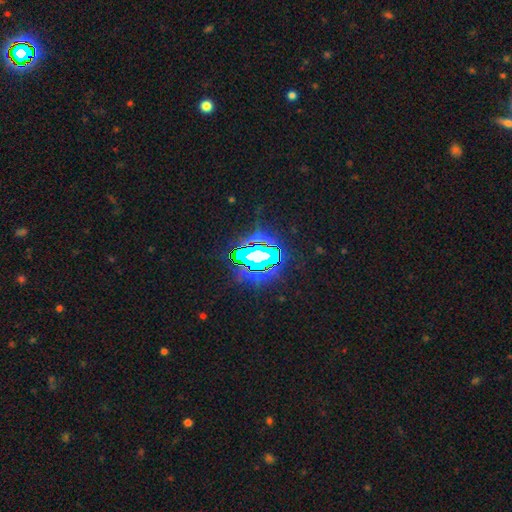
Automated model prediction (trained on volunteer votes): smooth-or-featured: star or artifact: 71% | smooth: 15% | featured or disk: 14%